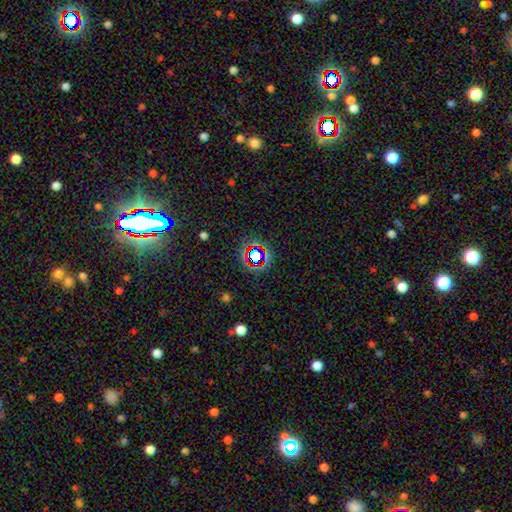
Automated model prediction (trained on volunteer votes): Overall: star or artifact (65%).